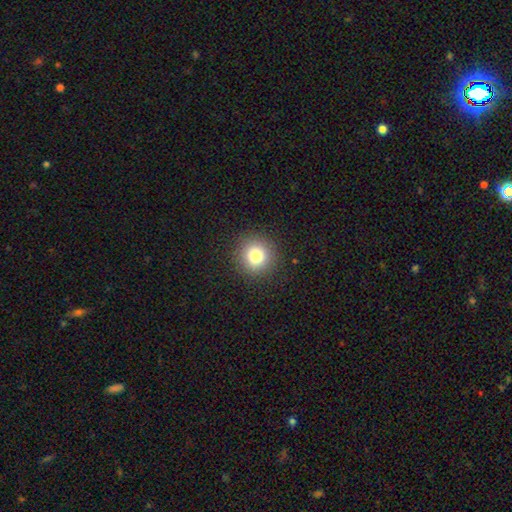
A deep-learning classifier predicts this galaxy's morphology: Q: Smooth or featured?
A: smooth (80%); runner-up: star or artifact (12%)
Q: How rounded?
A: round (93%); runner-up: in between (6%)
Q: Merging?
A: none (90%); runner-up: minor disturbance (6%)